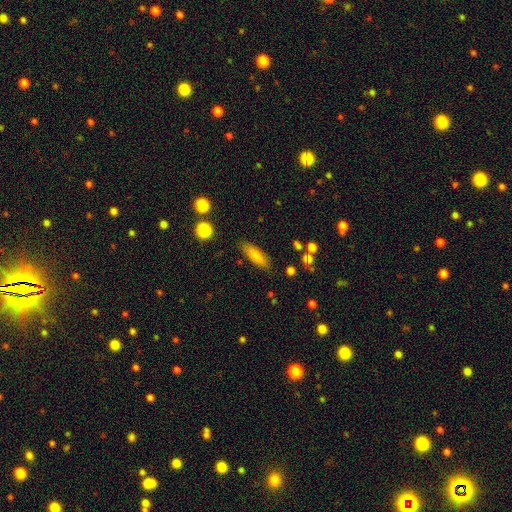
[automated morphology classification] Smooth or featured?
  - smooth: 80% *
  - featured or disk: 13%
  - star or artifact: 7%
How rounded?
  - in between: 53% *
  - cigar-shaped: 45%
  - round: 2%
Merging?
  - none: 83% *
  - minor disturbance: 12%
  - major disturbance: 3%
  - merger: 2%